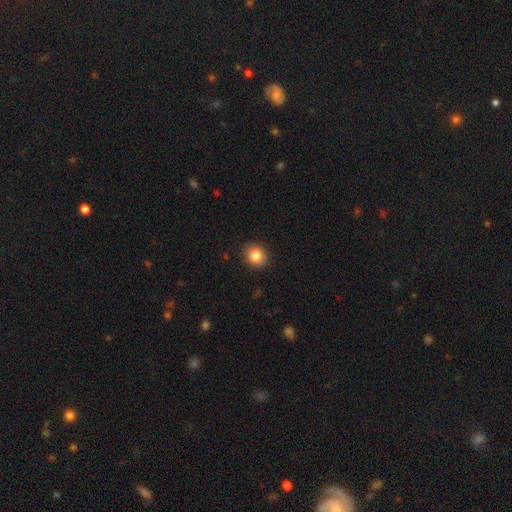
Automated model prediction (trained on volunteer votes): Smooth or featured: smooth — 84% (star or artifact — 10%)
How rounded: round — 70% (in between — 29%)
Merging: none — 90% (minor disturbance — 7%)